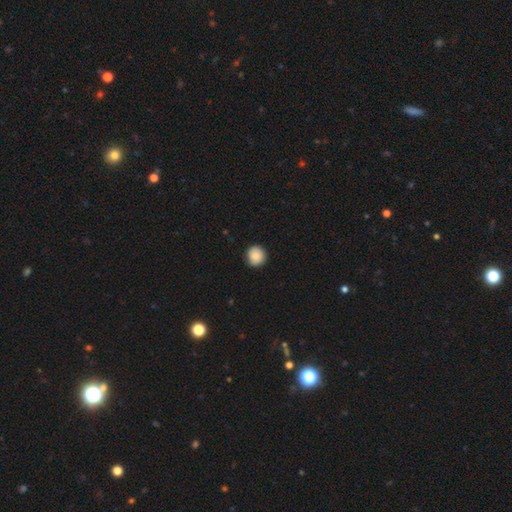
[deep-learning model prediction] smooth-or-featured: smooth: 86% | star or artifact: 8% | featured or disk: 6%
  how-rounded: round: 93% | in between: 6% | cigar-shaped: 1%
  merging: none: 89% | minor disturbance: 8% | major disturbance: 2% | merger: 1%